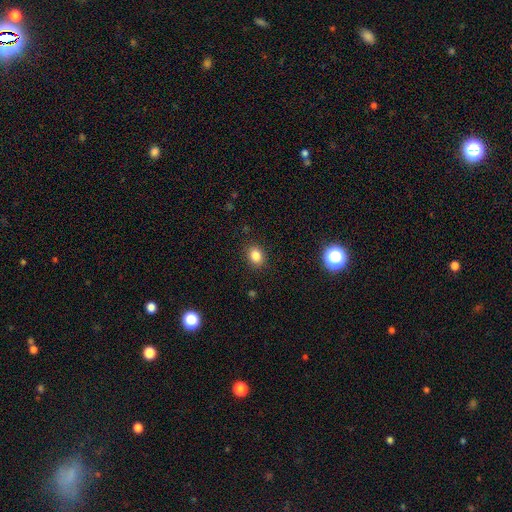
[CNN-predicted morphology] smooth_or_featured: smooth (p=0.83) [alt: star or artifact p=0.12]
how_rounded: in between (p=0.56) [alt: round p=0.43]
merging: none (p=0.89) [alt: minor disturbance p=0.08]